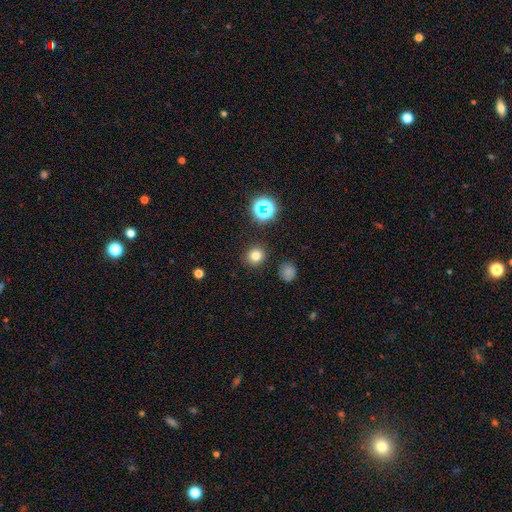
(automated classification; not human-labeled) Smooth or featured?
  - smooth: 77% *
  - star or artifact: 17%
  - featured or disk: 6%
How rounded?
  - round: 87% *
  - in between: 12%
  - cigar-shaped: 1%
Merging?
  - none: 89% *
  - minor disturbance: 6%
  - major disturbance: 3%
  - merger: 2%